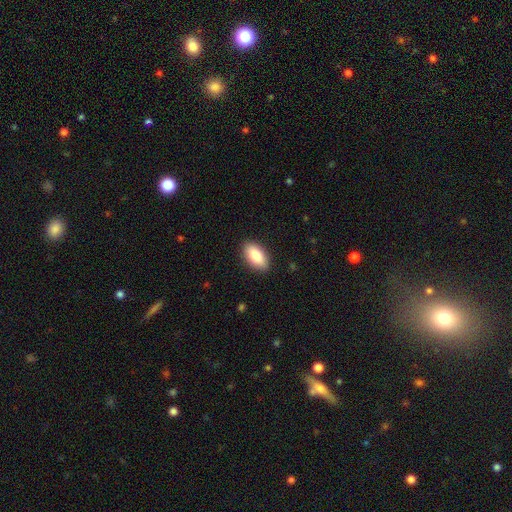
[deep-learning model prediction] smooth 84%, featured or disk 9%, star or artifact 6%. Down the decision tree: how rounded — in between (91%); merging — none (88%).